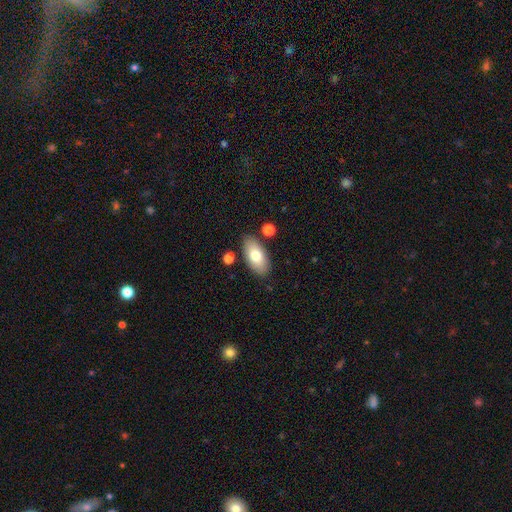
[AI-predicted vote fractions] This is likely a smooth galaxy (75%). How rounded: clearly in between (92%). Merging: clearly none (83%).